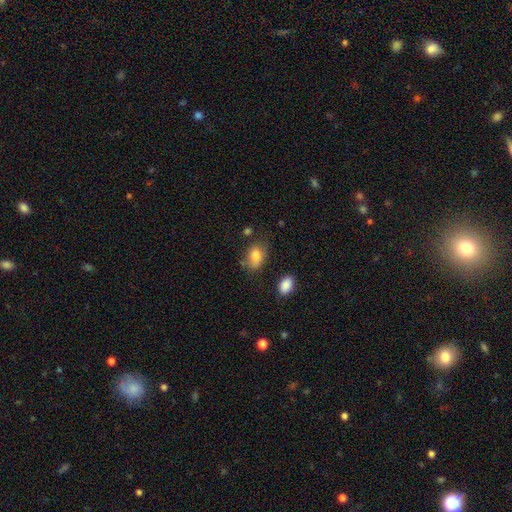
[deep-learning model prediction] A smooth galaxy with no disk features (81%) that is in between round and cigar-shaped (82%).

Vote fractions:
- Smooth or featured? smooth: 81% / featured or disk: 10% / star or artifact: 9%
- How rounded? in between: 82% / round: 17% / cigar-shaped: 2%
- Merging? none: 59% / minor disturbance: 26% / major disturbance: 9% / merger: 6%